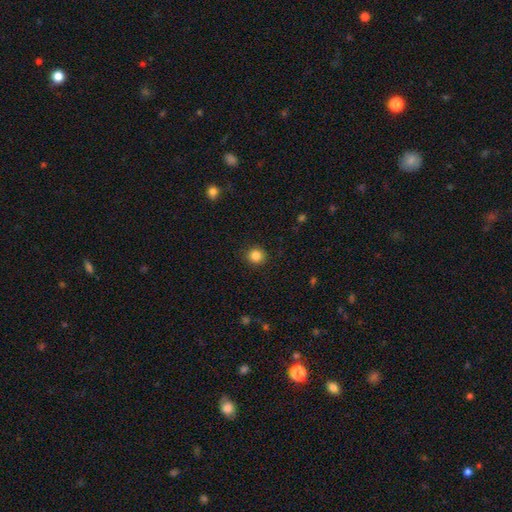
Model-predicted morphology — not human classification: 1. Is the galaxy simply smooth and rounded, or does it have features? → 85% smooth, 11% star or artifact, 4% featured or disk.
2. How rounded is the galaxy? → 91% round, 8% in between, 1% cigar-shaped.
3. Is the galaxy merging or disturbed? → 90% none, 6% minor disturbance, 2% major disturbance, 1% merger.